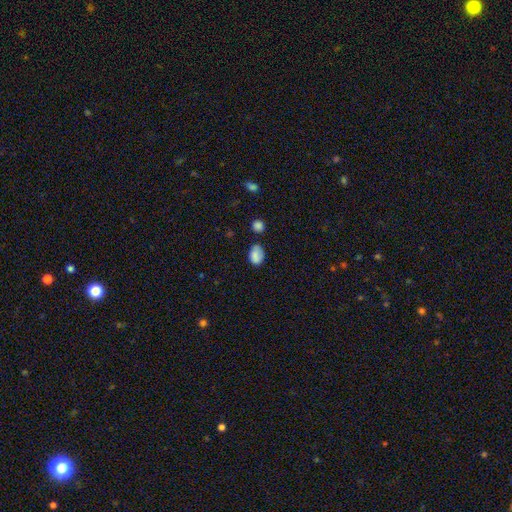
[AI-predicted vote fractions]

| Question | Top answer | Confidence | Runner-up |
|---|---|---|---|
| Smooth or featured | smooth | 82% | star or artifact (9%) |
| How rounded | in between | 81% | round (18%) |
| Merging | none | 62% | minor disturbance (25%) |